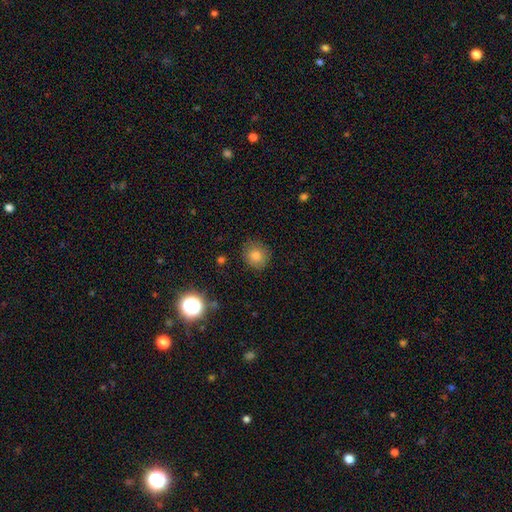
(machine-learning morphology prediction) Smooth or featured?
  - smooth: 79% *
  - star or artifact: 13%
  - featured or disk: 8%
How rounded?
  - round: 89% *
  - in between: 10%
  - cigar-shaped: 1%
Merging?
  - none: 87% *
  - minor disturbance: 9%
  - major disturbance: 2%
  - merger: 1%